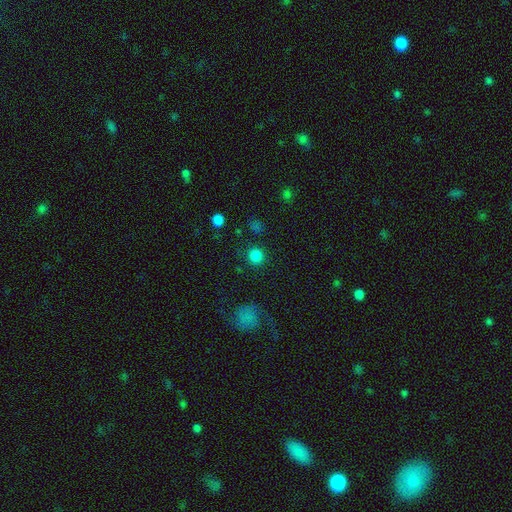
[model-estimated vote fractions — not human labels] This is clearly a smooth galaxy (83%). How rounded: clearly round (94%). Merging: clearly none (88%).